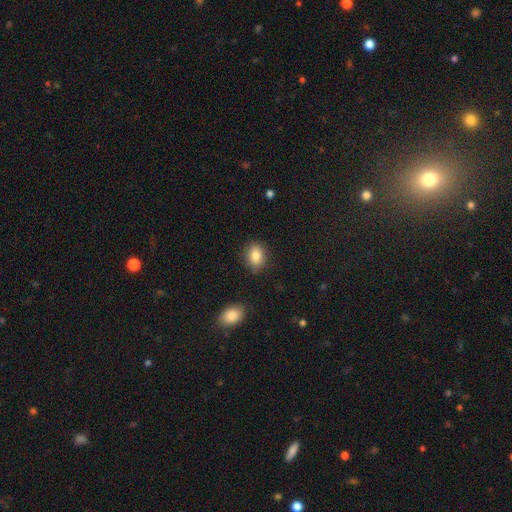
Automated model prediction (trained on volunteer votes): A smooth galaxy with no disk features (84%) that is in between round and cigar-shaped (65%). Merging: none (84%).